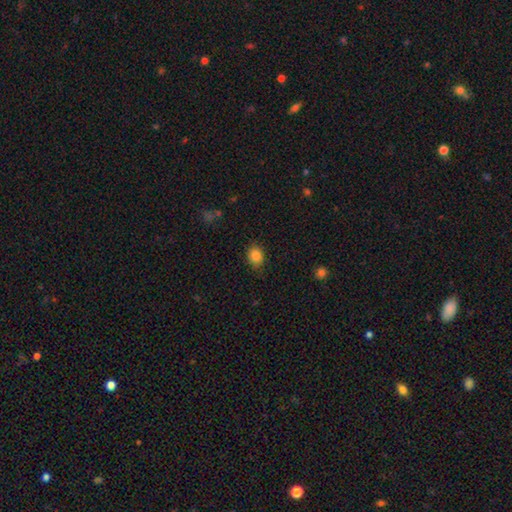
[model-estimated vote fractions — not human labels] Smooth or featured? smooth (85%)
How rounded? round (52%)
Merging? none (83%)